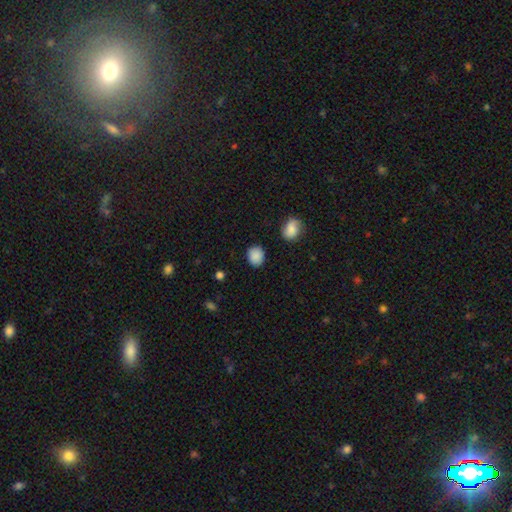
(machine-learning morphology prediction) Smooth or featured? Predicted: smooth (p=0.88). How rounded? Predicted: round (p=0.68). Merging? Predicted: none (p=0.85).